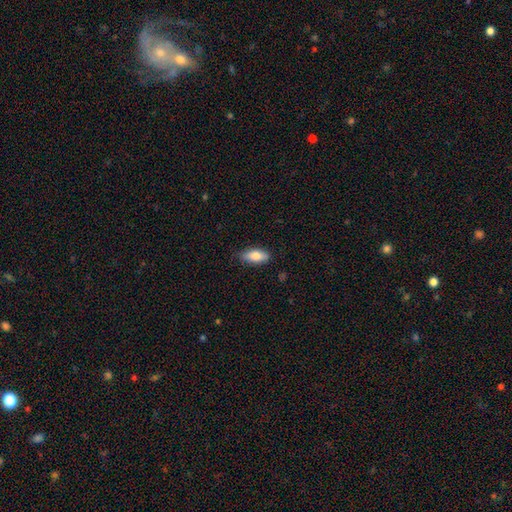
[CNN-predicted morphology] Smooth or featured? smooth (79%)
How rounded? in between (83%)
Merging? none (81%)